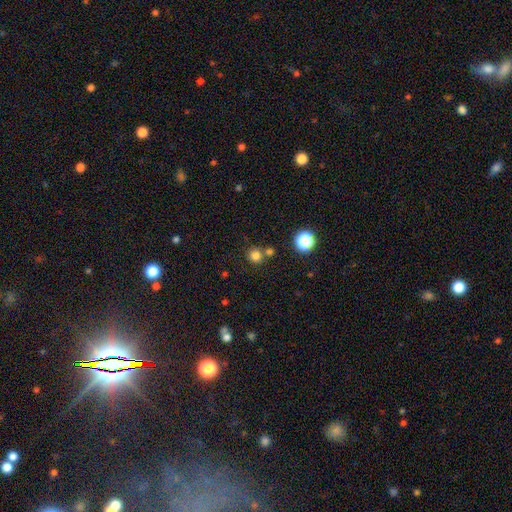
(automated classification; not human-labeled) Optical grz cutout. It shows a smooth galaxy with no disk features (78%) that is round (93%). Merging: none (70%).